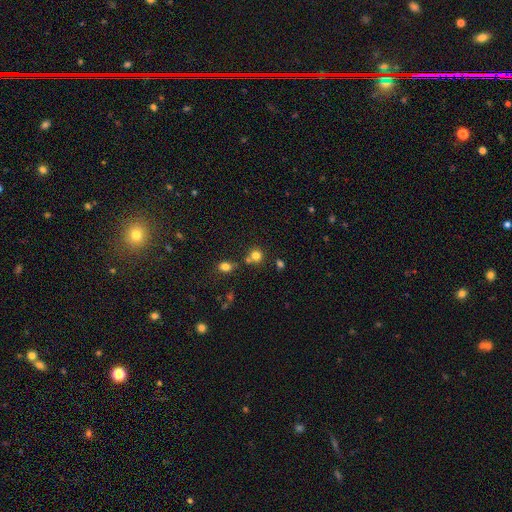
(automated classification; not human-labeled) Smooth or featured? Predicted: smooth (p=0.79). How rounded? Predicted: round (p=0.88). Merging? Predicted: none (p=0.63).